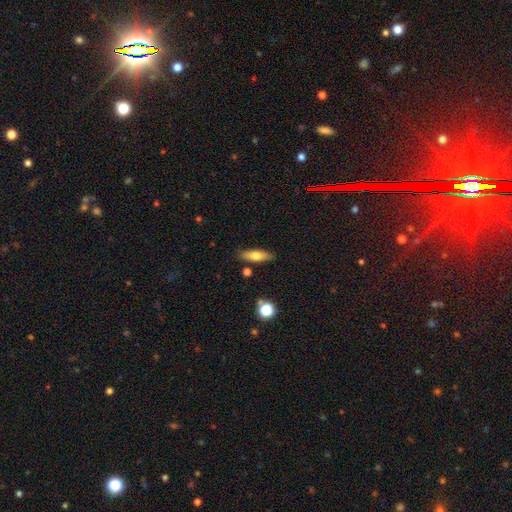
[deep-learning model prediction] A smooth galaxy with no disk features (66%) that is in between round and cigar-shaped (49%).

Vote fractions:
- Smooth or featured? smooth: 66% / featured or disk: 27% / star or artifact: 7%
- How rounded? in between: 49% / cigar-shaped: 48% / round: 3%
- Merging? none: 83% / minor disturbance: 11% / merger: 3% / major disturbance: 2%